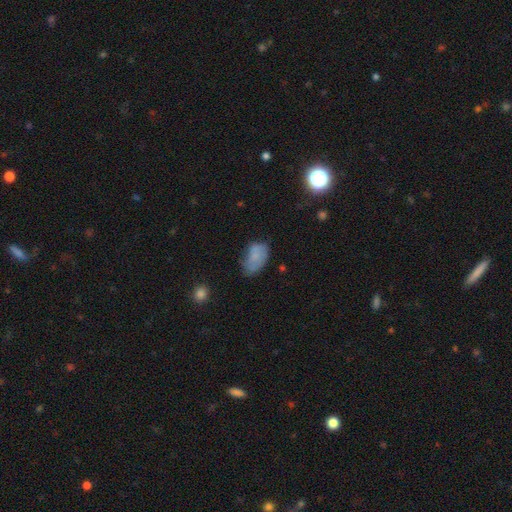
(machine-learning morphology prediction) smooth 74%, featured or disk 16%, star or artifact 10%. Down the decision tree: how rounded — in between (90%); merging — none (40%).